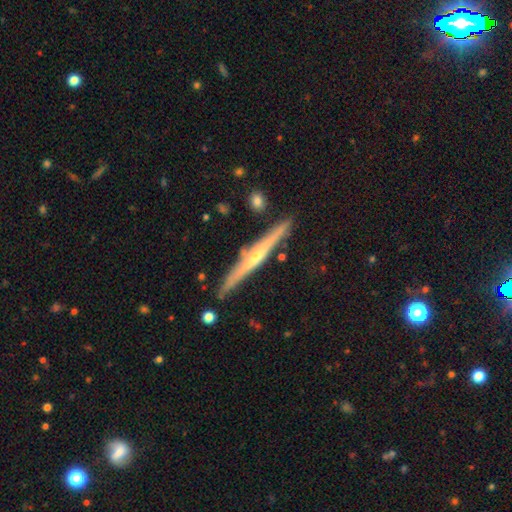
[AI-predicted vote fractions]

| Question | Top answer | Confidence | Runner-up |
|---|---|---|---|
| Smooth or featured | featured or disk | 77% | smooth (16%) |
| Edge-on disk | yes | 98% | no (2%) |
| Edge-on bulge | rounded | 78% | none (18%) |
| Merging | none | 88% | minor disturbance (8%) |